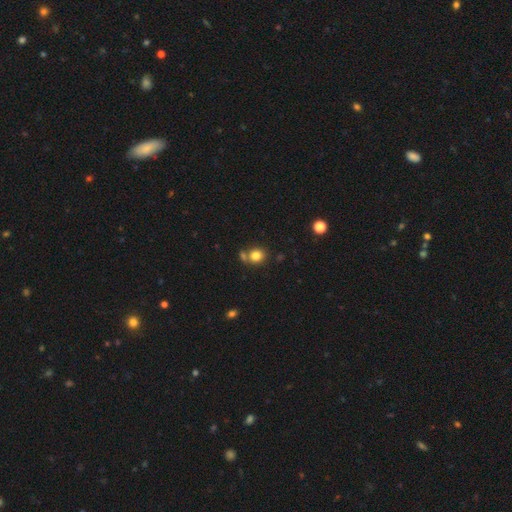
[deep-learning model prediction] Smooth or featured? smooth (81%)
How rounded? round (74%)
Merging? none (63%)